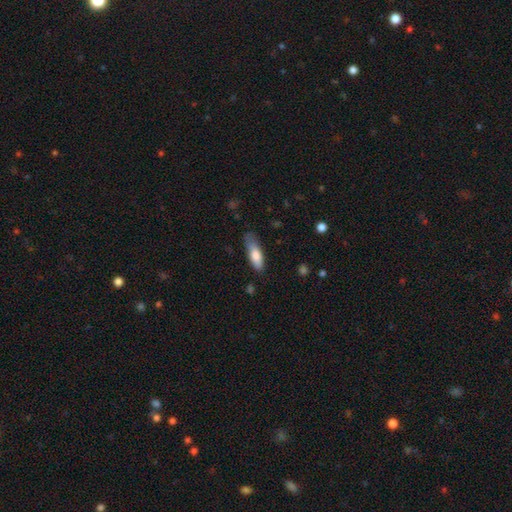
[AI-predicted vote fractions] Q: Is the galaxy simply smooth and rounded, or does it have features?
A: smooth — 79%.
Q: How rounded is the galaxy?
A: in between — 59%.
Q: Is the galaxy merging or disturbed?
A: none — 54%.